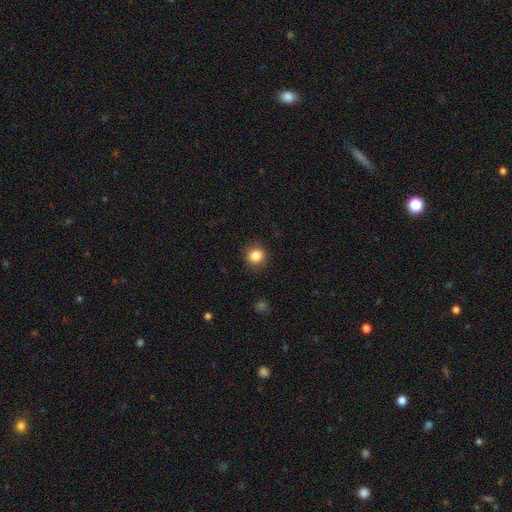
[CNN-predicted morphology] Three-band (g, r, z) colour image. It shows a smooth galaxy with no disk features (84%) that is round (87%). Merging: none (87%).